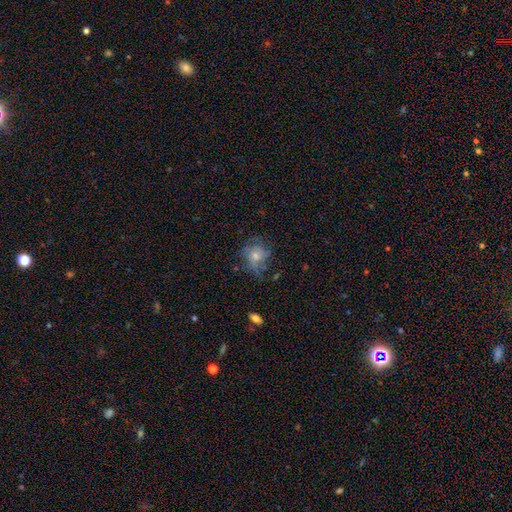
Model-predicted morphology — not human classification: Smooth or featured: featured or disk — 44% (smooth — 37%)
Merging: none — 60% (minor disturbance — 22%)